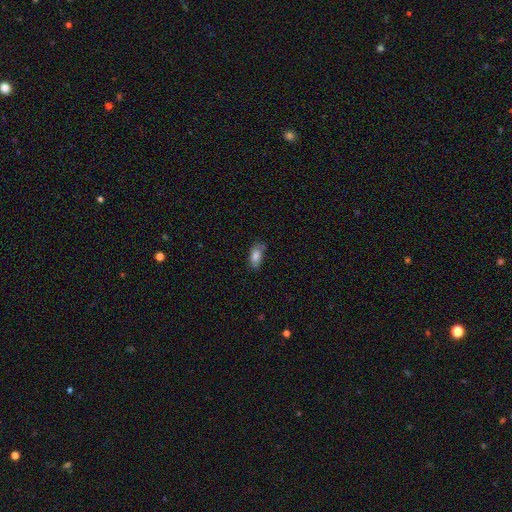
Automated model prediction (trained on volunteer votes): Q: Smooth or featured?
A: smooth (83%); runner-up: star or artifact (8%)
Q: How rounded?
A: in between (89%); runner-up: cigar-shaped (7%)
Q: Merging?
A: none (64%); runner-up: minor disturbance (25%)